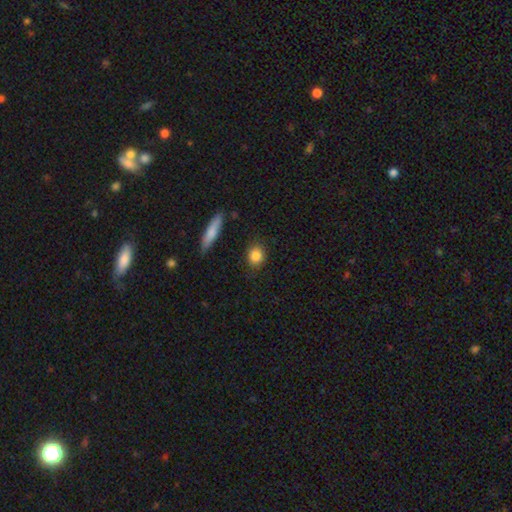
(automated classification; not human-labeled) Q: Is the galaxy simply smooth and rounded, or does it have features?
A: smooth — 85%.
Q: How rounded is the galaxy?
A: round — 65%.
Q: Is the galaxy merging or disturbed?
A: none — 86%.